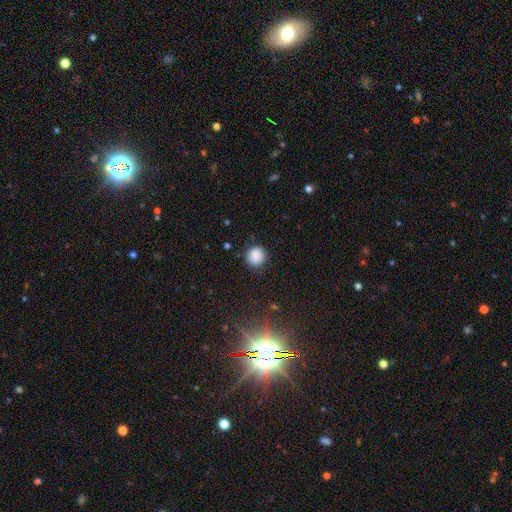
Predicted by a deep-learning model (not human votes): Smooth or featured? smooth (85%)
How rounded? round (92%)
Merging? none (84%)